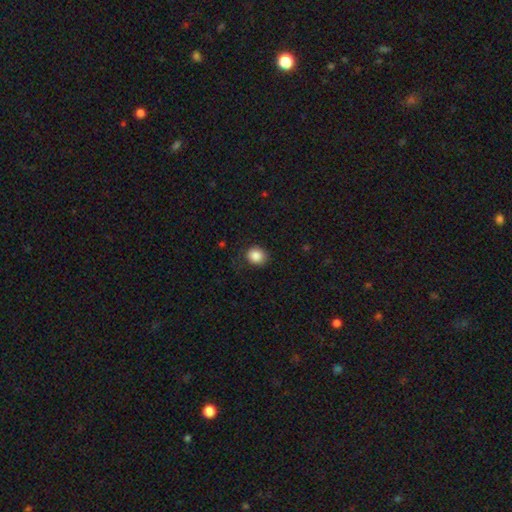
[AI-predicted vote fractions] Smooth or featured? smooth (87%)
How rounded? round (77%)
Merging? none (82%)